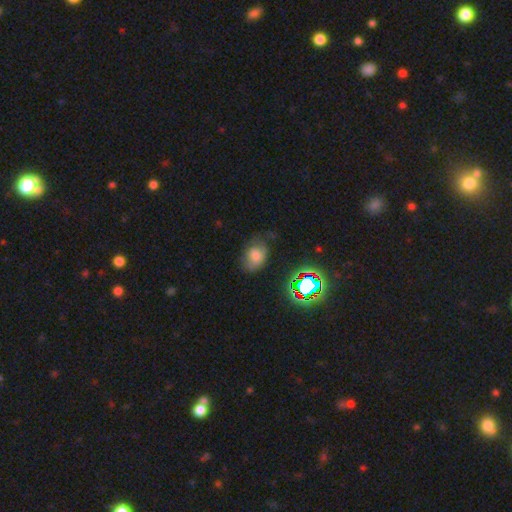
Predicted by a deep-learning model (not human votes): smooth 62%, featured or disk 22%, star or artifact 16%. Down the decision tree: how rounded — in between (72%); merging — none (53%).